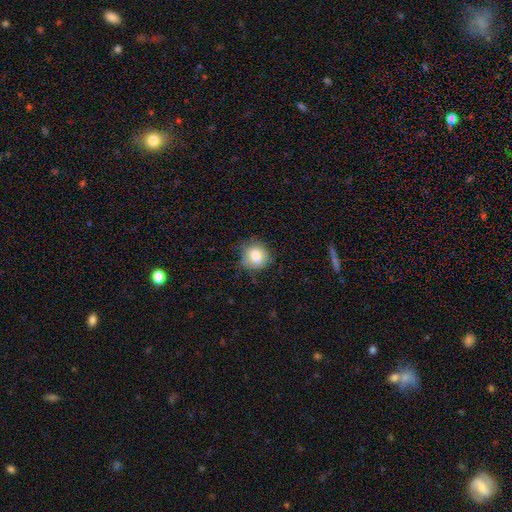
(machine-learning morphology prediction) This appears to be a smooth galaxy with no disk features (79%) that is round (85%). Merging: none (73%).